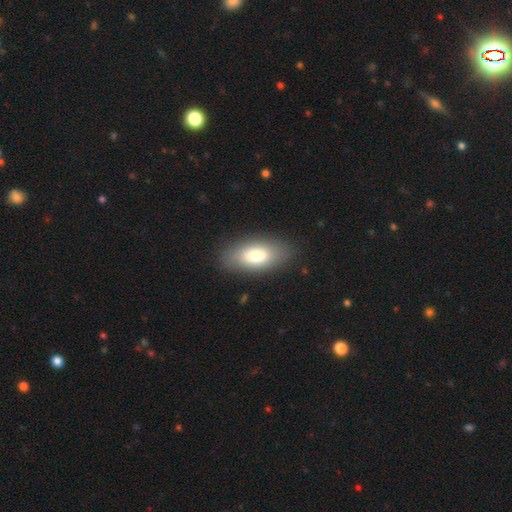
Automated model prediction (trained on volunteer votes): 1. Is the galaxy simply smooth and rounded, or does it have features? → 80% smooth, 14% featured or disk, 7% star or artifact.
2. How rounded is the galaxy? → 90% in between, 7% cigar-shaped, 3% round.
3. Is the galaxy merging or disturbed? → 84% none, 11% minor disturbance, 4% major disturbance, 1% merger.